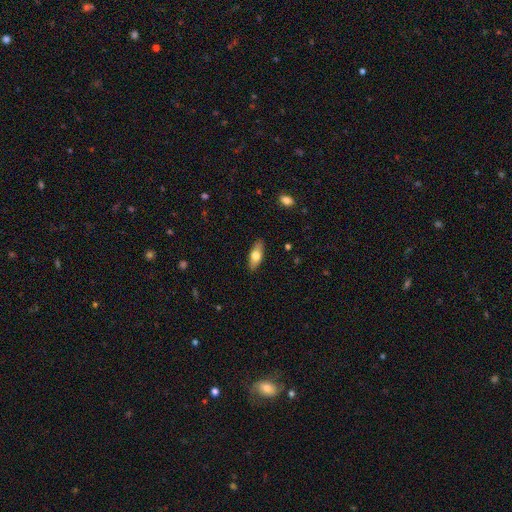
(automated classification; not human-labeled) Overall: smooth (68%). How rounded: in between (73%). Merging: none (88%).